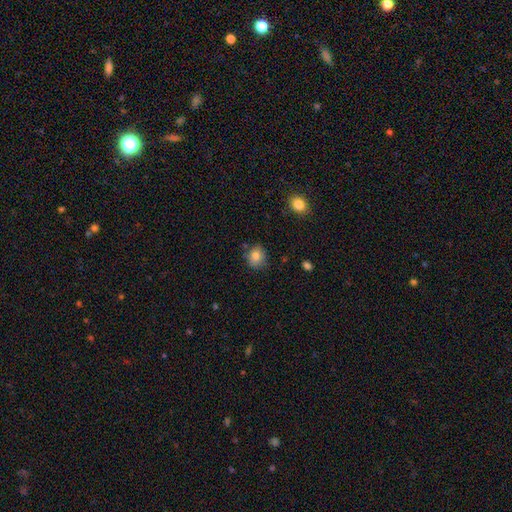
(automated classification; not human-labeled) Smooth or featured? Predicted: smooth (p=0.81). How rounded? Predicted: round (p=0.73). Merging? Predicted: none (p=0.78).